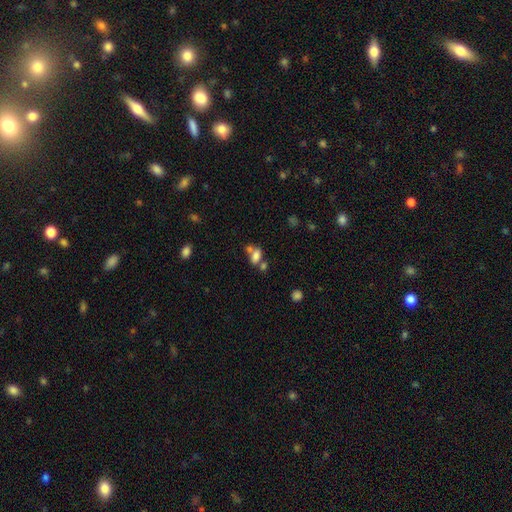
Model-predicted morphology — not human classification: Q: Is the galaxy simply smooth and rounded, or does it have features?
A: smooth — 74%.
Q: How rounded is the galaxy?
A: in between — 83%.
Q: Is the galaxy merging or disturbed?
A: merger — 43%.